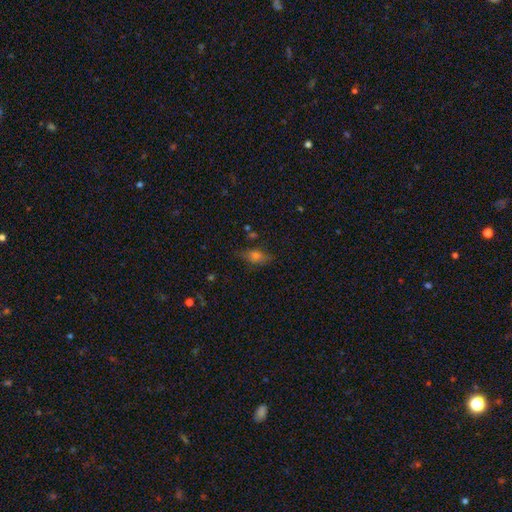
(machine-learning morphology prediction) Smooth or featured: smooth — 59% (featured or disk — 21%)
How rounded: in between — 73% (round — 16%)
Merging: none — 71% (minor disturbance — 20%)